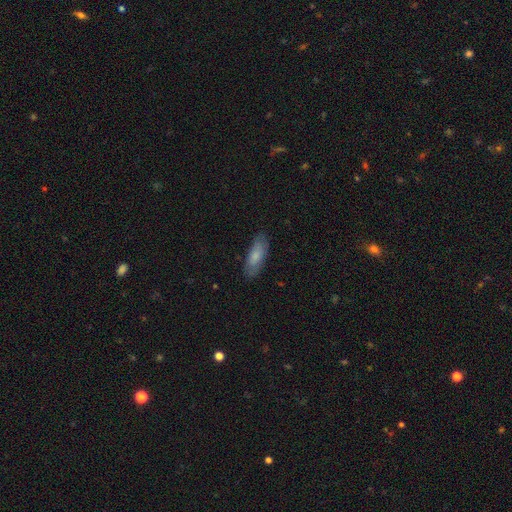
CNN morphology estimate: smooth 75%, featured or disk 19%, star or artifact 6%. Down the decision tree: how rounded — in between (63%); merging — none (83%).